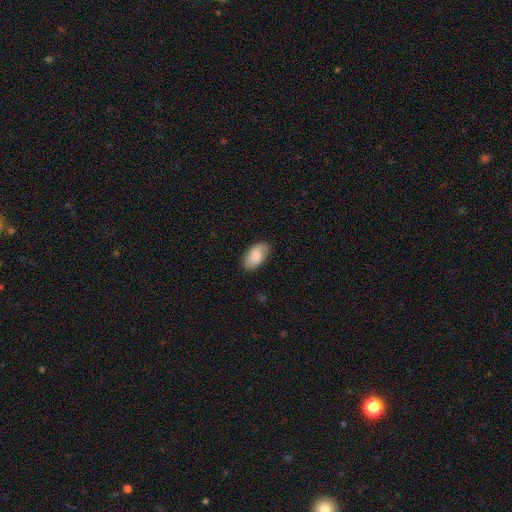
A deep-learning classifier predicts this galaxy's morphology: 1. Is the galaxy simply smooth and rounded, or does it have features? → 80% smooth, 14% featured or disk, 6% star or artifact.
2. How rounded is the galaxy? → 95% in between, 4% round, 2% cigar-shaped.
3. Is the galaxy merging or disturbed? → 84% none, 13% minor disturbance, 2% major disturbance, 1% merger.